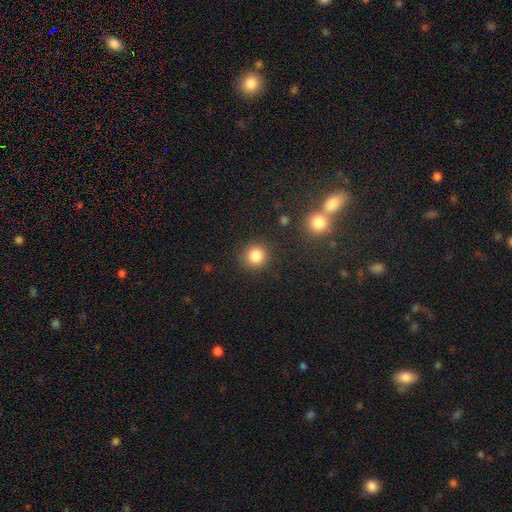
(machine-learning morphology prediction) smooth_or_featured: smooth (p=0.84) [alt: star or artifact p=0.11]
how_rounded: round (p=0.91) [alt: in between p=0.08]
merging: none (p=0.87) [alt: minor disturbance p=0.08]